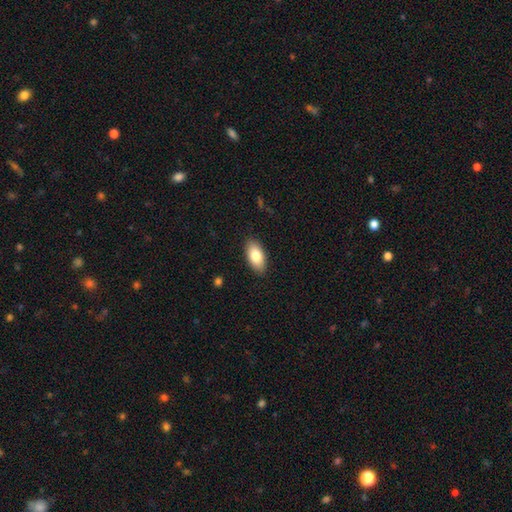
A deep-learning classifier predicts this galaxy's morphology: smooth_or_featured: smooth (p=0.82) [alt: featured or disk p=0.11]
how_rounded: in between (p=0.93) [alt: cigar-shaped p=0.04]
merging: none (p=0.88) [alt: minor disturbance p=0.09]